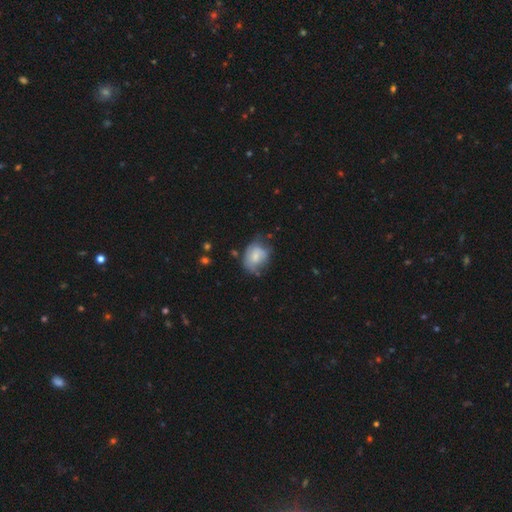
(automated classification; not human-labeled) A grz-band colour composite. It shows a smooth galaxy with no disk features (61%) that is in between round and cigar-shaped (57%). Merging: none (44%).